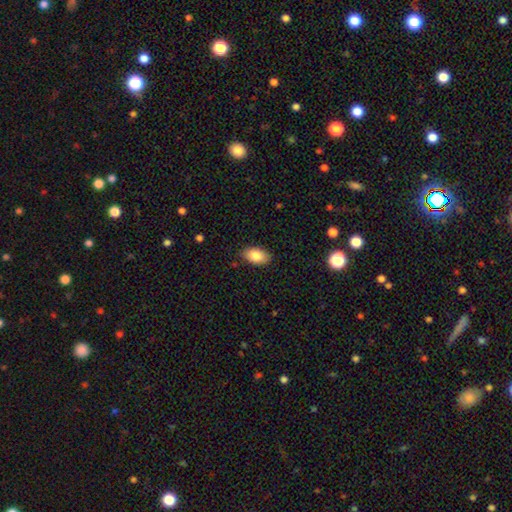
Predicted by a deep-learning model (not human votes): The model was most divided on "smooth or featured": smooth: 83%, featured or disk: 10%, star or artifact: 7%. More confident: how rounded — in between (93%); merging — none (86%).